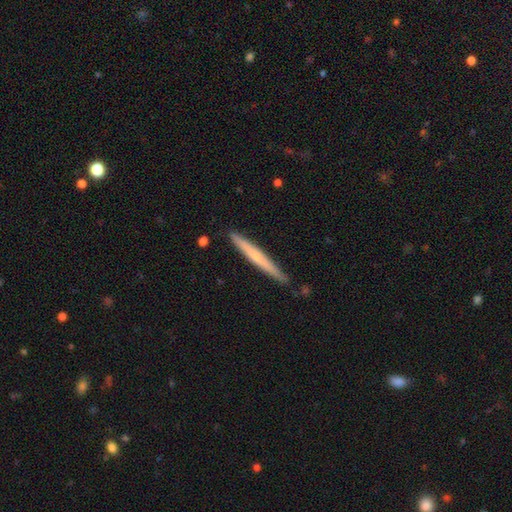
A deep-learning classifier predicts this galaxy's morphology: This is possibly a smooth galaxy (56%). How rounded: clearly cigar-shaped (97%). Merging: clearly none (88%).